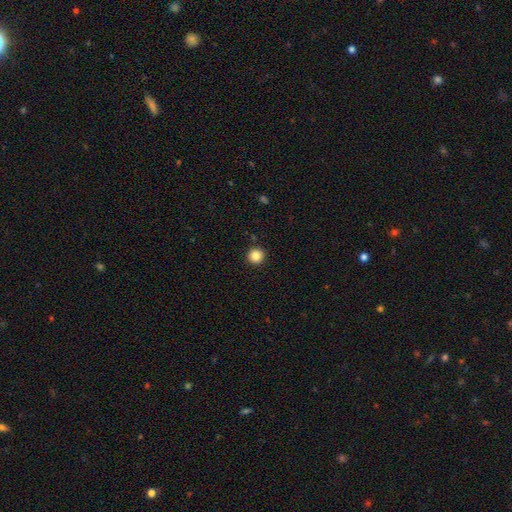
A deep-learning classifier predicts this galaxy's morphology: smooth 86%, star or artifact 10%, featured or disk 3%. Down the decision tree: how rounded — round (94%); merging — none (92%).